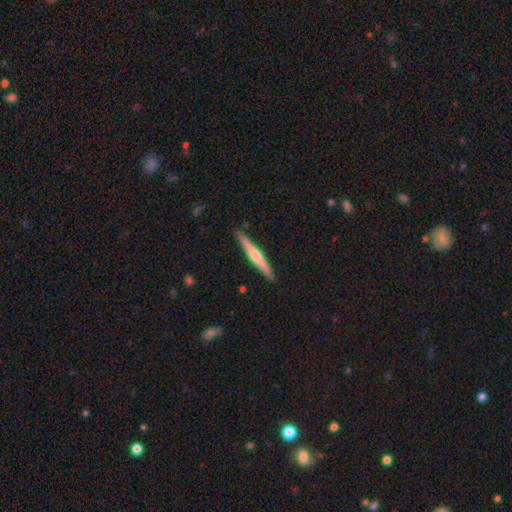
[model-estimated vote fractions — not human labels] This is possibly a featured or disk galaxy (59%). It is clearly viewed edge-on (98%). Edge-on bulge: likely rounded (72%). Merging: clearly none (90%).